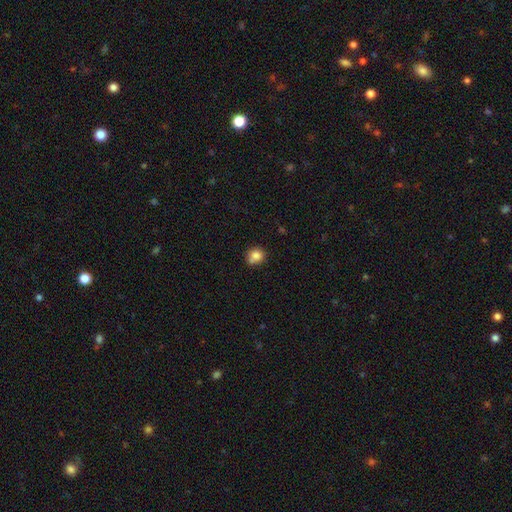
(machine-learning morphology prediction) smooth-or-featured: smooth: 82% | star or artifact: 10% | featured or disk: 8%
  how-rounded: round: 79% | in between: 20% | cigar-shaped: 1%
  merging: none: 64% | minor disturbance: 19% | merger: 12% | major disturbance: 4%